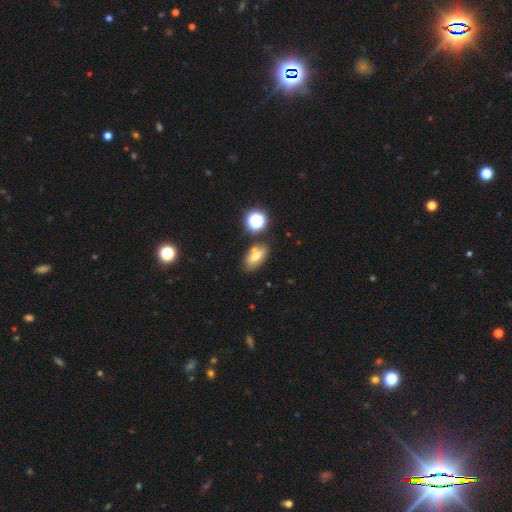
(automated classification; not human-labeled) Smooth or featured? Predicted: smooth (p=0.58). How rounded? Predicted: in between (p=0.77). Merging? Predicted: none (p=0.67).